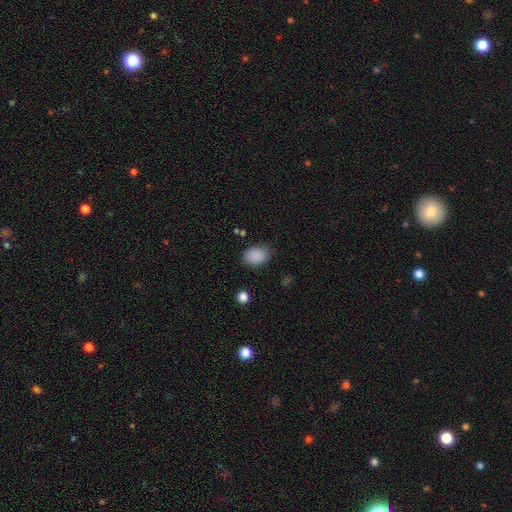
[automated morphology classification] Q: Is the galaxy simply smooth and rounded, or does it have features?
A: smooth — 88%.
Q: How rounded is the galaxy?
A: in between — 73%.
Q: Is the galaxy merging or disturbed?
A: none — 78%.